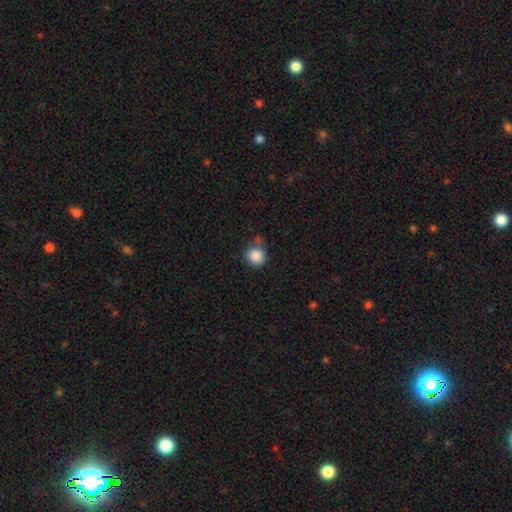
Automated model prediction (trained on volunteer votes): Smooth or featured? smooth (87%)
How rounded? round (92%)
Merging? none (70%)